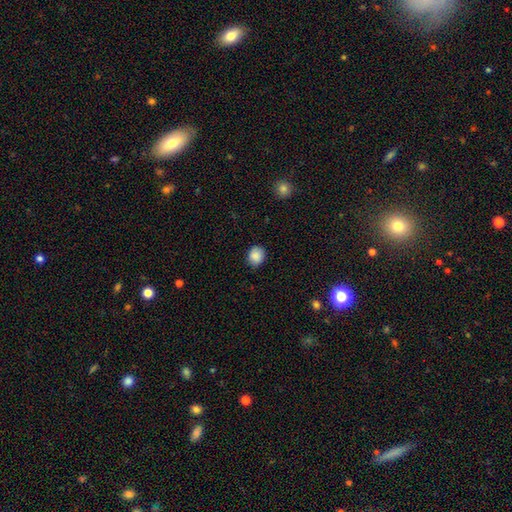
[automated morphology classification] Smooth or featured: smooth — 87% (star or artifact — 8%)
How rounded: round — 70% (in between — 30%)
Merging: none — 83% (minor disturbance — 13%)